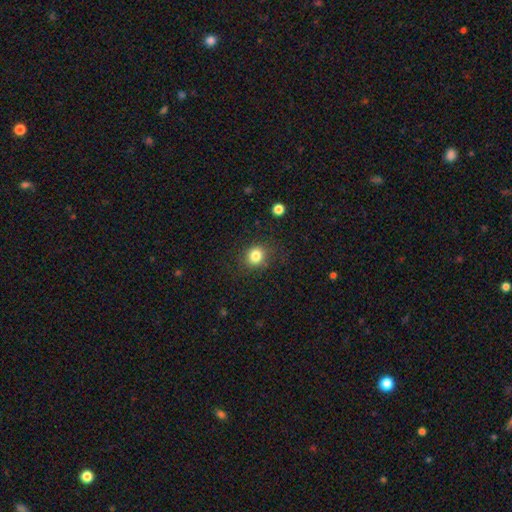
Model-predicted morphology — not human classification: A smooth galaxy with no disk features (82%) that is round (80%). Merging: none (83%).